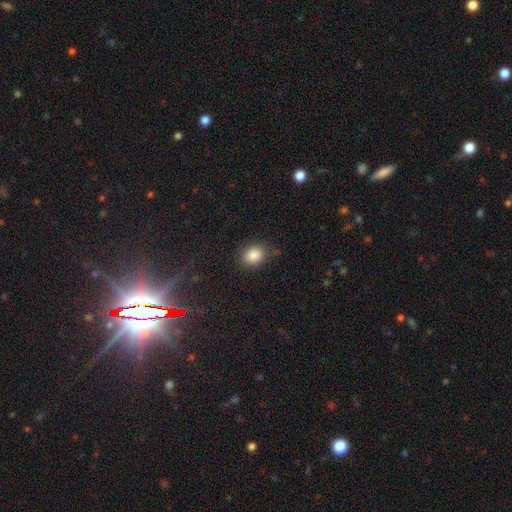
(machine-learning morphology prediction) Overall: smooth (86%). How rounded: round (55%; in between 44%). Merging: none (79%).